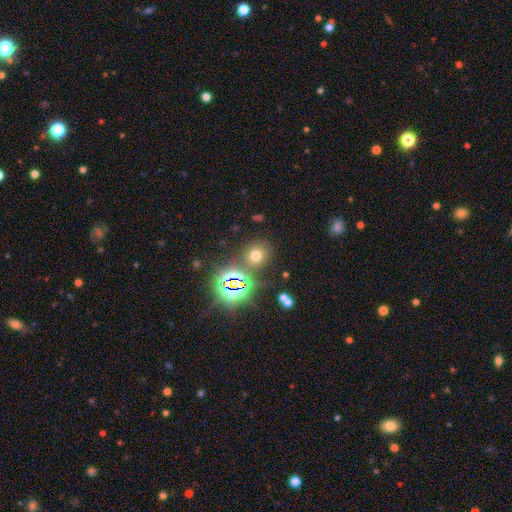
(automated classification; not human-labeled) Q: Smooth or featured?
A: smooth (59%); runner-up: star or artifact (32%)
Q: How rounded?
A: round (79%); runner-up: in between (20%)
Q: Merging?
A: none (79%); runner-up: minor disturbance (10%)